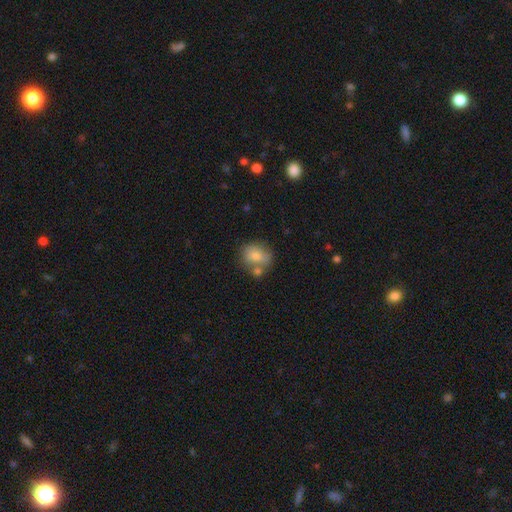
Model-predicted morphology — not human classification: type=smooth (74%); roundness=round (57%); merging=none (54%).